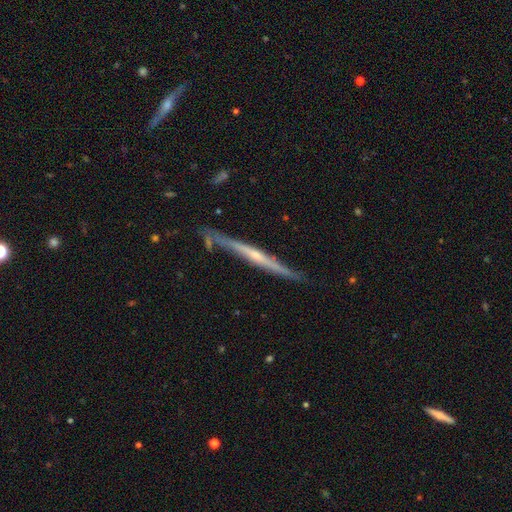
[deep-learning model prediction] Smooth or featured: featured or disk — 76% (smooth — 18%)
Edge-on disk: yes — 96% (no — 4%)
Edge-on bulge: rounded — 50% (none — 43%)
Merging: none — 78% (minor disturbance — 16%)